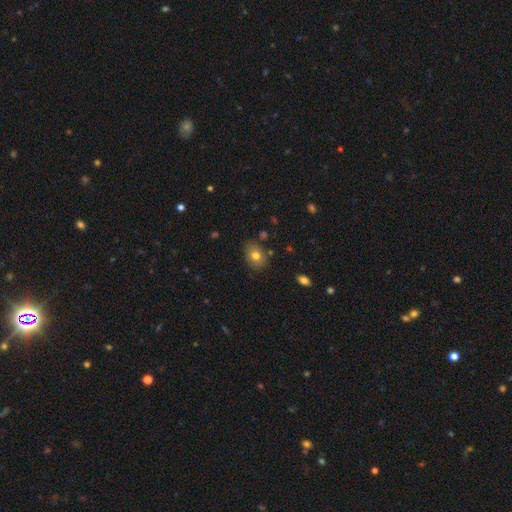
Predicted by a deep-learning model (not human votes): Smooth or featured: smooth — 76% (featured or disk — 13%)
How rounded: in between — 64% (round — 35%)
Merging: none — 78% (minor disturbance — 16%)